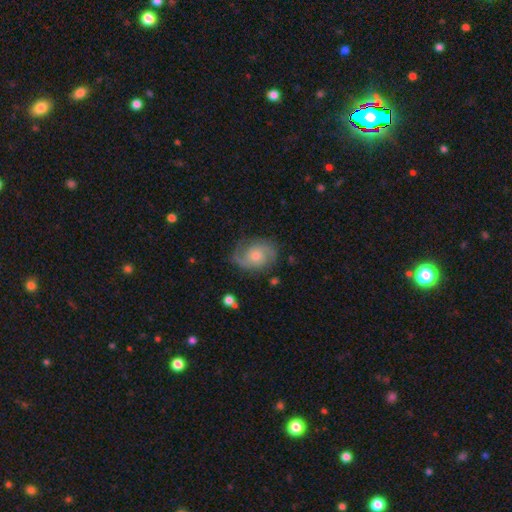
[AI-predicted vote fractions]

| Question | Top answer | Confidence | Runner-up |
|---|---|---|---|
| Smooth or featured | featured or disk | 79% | smooth (14%) |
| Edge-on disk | no | 97% | yes (3%) |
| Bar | no | 72% | weak (25%) |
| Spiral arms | yes | 95% | no (5%) |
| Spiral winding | medium | 47% | tight (35%) |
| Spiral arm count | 2 | 77% | can't tell (9%) |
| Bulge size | moderate | 52% | small (37%) |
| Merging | none | 76% | minor disturbance (16%) |